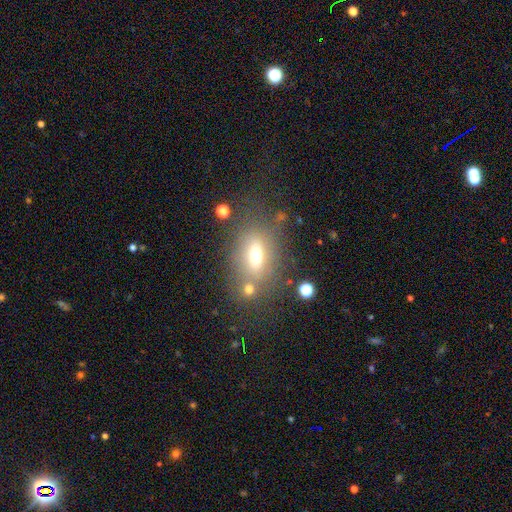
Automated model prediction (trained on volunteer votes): Smooth or featured: smooth — 58% (featured or disk — 27%)
How rounded: in between — 75% (round — 16%)
Merging: none — 63% (minor disturbance — 15%)